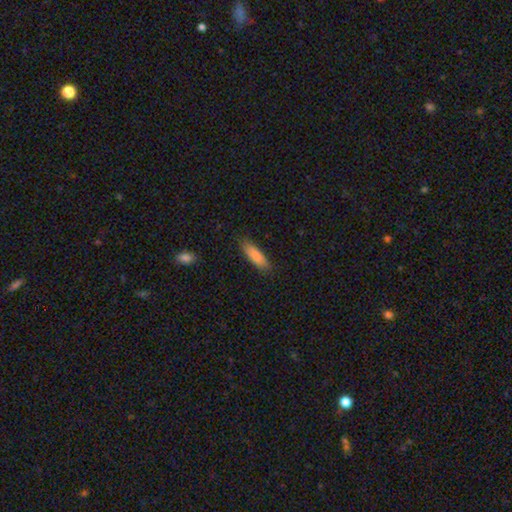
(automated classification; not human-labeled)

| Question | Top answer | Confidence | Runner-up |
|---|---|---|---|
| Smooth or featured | smooth | 86% | featured or disk (8%) |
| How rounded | in between | 50% | cigar-shaped (48%) |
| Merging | none | 83% | minor disturbance (13%) |